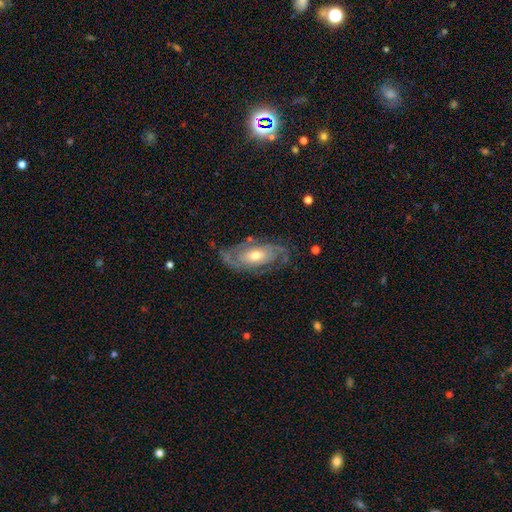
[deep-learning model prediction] This is clearly a featured or disk galaxy (84%). It is clearly not viewed edge-on (93%). Bar: likely no (67%). Spiral arm pattern: clearly yes (93%). Spiral arm count: likely 2 (63%). Spiral winding: possibly tight (55%). Central bulge: likely moderate (66%). Merging: likely none (74%).